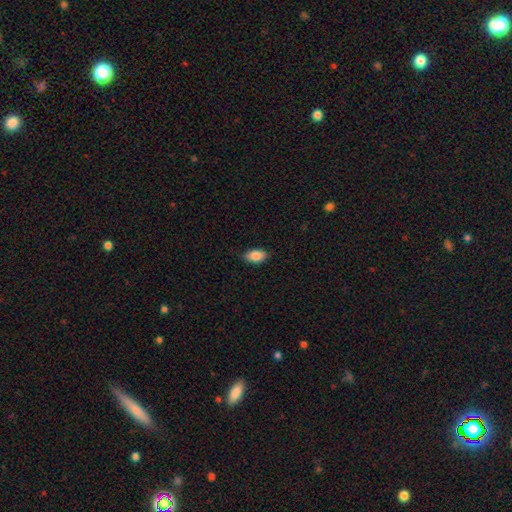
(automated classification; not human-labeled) Q: Smooth or featured?
A: smooth (88%); runner-up: star or artifact (7%)
Q: How rounded?
A: in between (92%); runner-up: round (5%)
Q: Merging?
A: none (85%); runner-up: minor disturbance (12%)